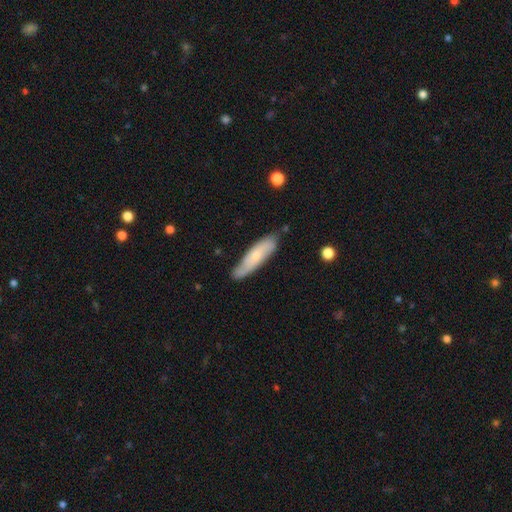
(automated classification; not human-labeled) smooth_or_featured: smooth (p=0.60) [alt: featured or disk p=0.34]
how_rounded: cigar-shaped (p=0.70) [alt: in between p=0.29]
merging: none (p=0.75) [alt: minor disturbance p=0.19]